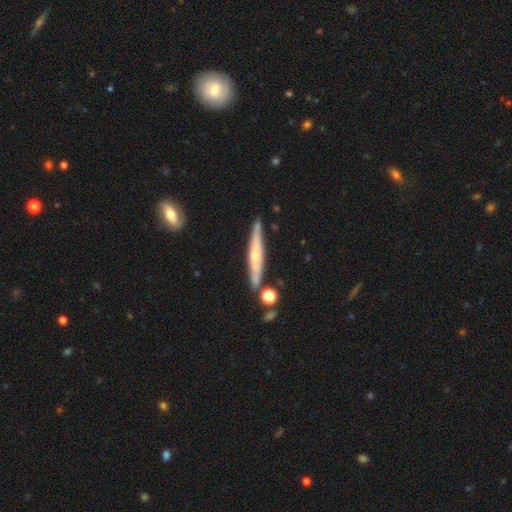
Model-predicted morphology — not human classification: type=featured or disk (56%); edge-on=yes (92%); edge-on bulge=rounded (56%); merging=none (79%).